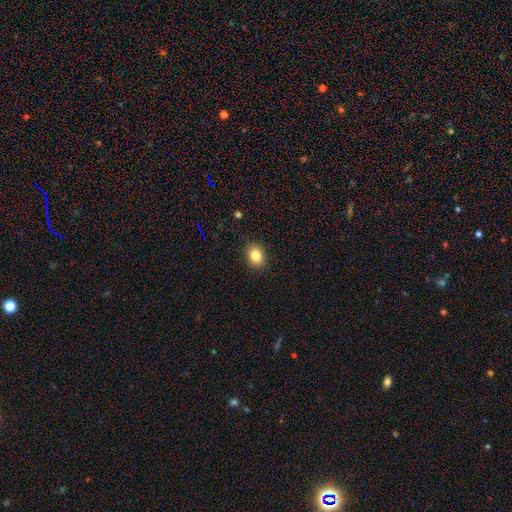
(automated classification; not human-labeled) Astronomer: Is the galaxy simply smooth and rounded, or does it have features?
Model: smooth — 83%.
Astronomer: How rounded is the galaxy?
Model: round — 59% (runner-up: in between, 40%).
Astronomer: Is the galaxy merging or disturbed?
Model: none — 90%.